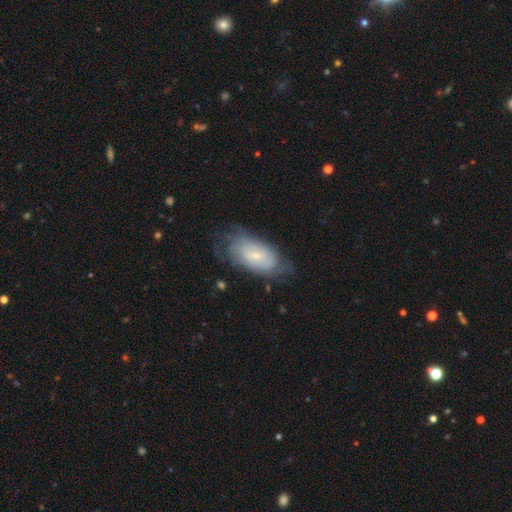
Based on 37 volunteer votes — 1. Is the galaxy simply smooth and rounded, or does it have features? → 68% featured or disk, 32% smooth, 0% star or artifact.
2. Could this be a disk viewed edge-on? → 88% no, 12% yes.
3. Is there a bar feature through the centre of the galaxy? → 50% weak, 45% no, 5% strong.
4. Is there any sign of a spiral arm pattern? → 86% yes, 14% no.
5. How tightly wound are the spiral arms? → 53% tight, 32% medium, 16% loose.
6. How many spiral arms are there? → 79% can't tell, 11% 4, 5% 3, 5% more than 4, 0% 1, 0% 2.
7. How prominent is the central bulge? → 68% small, 27% moderate, 5% none, 0% dominant, 0% large.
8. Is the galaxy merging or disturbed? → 49% none, 30% major disturbance, 22% minor disturbance, 0% merger.